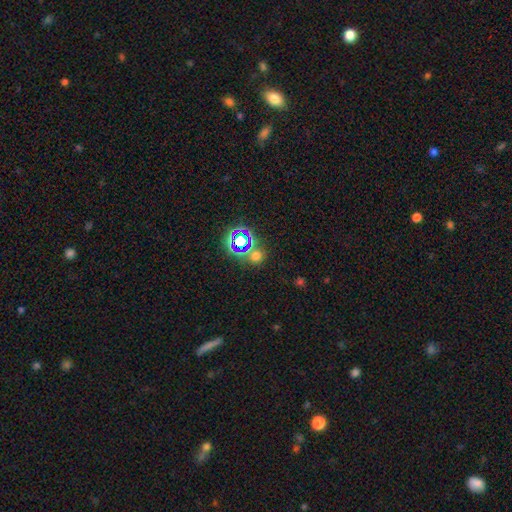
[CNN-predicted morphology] smooth-or-featured: smooth: 50% | star or artifact: 42% | featured or disk: 8%
  merging: none: 67% | merger: 18% | minor disturbance: 10% | major disturbance: 5%